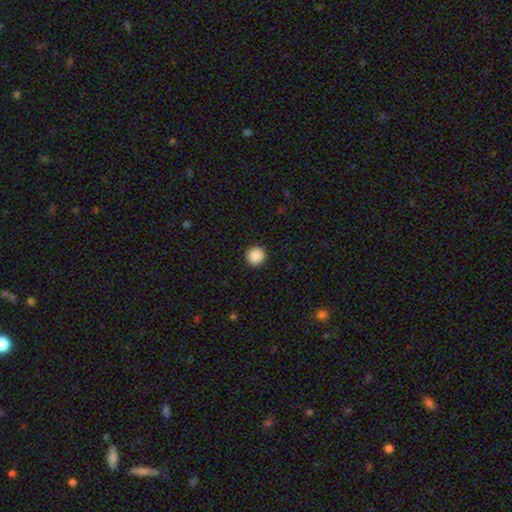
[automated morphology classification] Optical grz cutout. It shows a smooth galaxy with no disk features (89%) that is round (95%). Merging: none (93%).